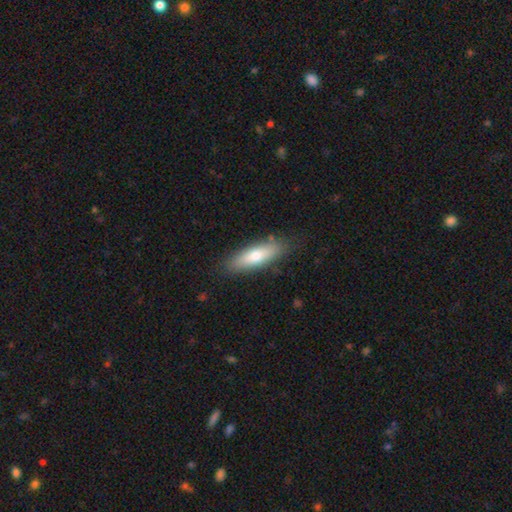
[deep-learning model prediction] This appears to be a smooth galaxy with no disk features (67%) that is cigar-shaped (56%). Merging: none (85%).